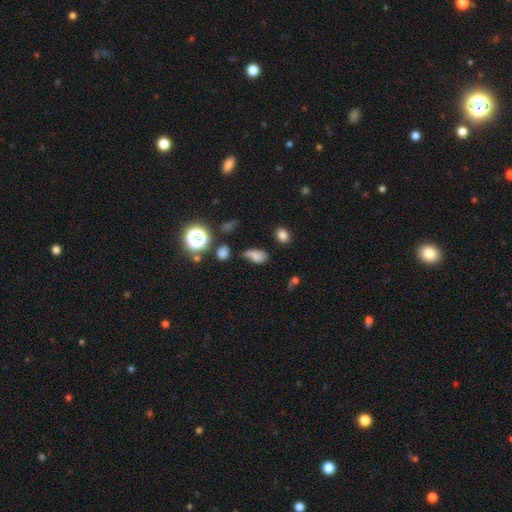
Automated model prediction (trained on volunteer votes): Smooth or featured?
  - smooth: 70% *
  - star or artifact: 17%
  - featured or disk: 13%
How rounded?
  - in between: 84% *
  - round: 12%
  - cigar-shaped: 5%
Merging?
  - none: 47% *
  - minor disturbance: 32%
  - major disturbance: 14%
  - merger: 8%